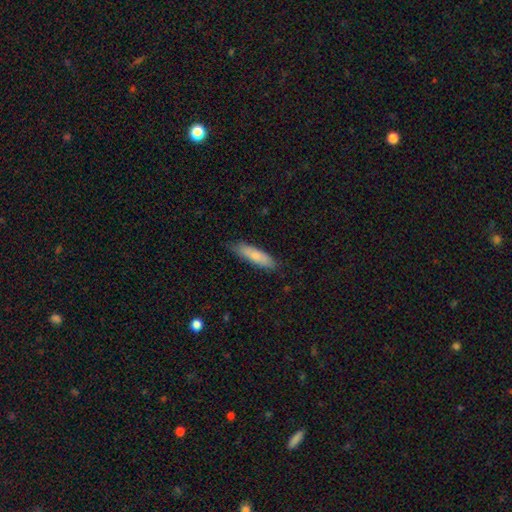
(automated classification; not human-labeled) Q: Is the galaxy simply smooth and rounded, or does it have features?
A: smooth — 77%.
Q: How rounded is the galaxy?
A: cigar-shaped — 67%.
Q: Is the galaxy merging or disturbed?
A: none — 79%.